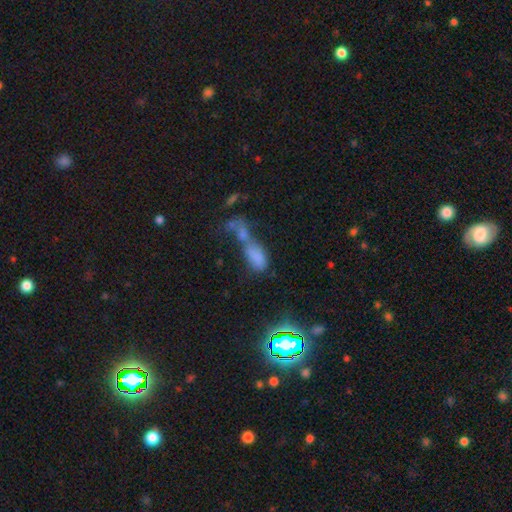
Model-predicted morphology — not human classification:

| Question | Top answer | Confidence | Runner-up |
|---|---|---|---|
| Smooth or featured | smooth | 66% | star or artifact (17%) |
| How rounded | in between | 80% | cigar-shaped (14%) |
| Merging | merger | 61% | none (15%) |